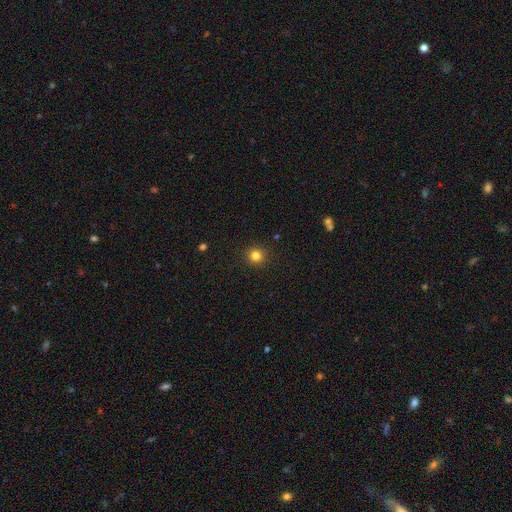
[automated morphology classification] A smooth galaxy with no disk features (82%) that is round (93%).

Vote fractions:
- Smooth or featured? smooth: 82% / star or artifact: 13% / featured or disk: 5%
- How rounded? round: 93% / in between: 6% / cigar-shaped: 1%
- Merging? none: 92% / minor disturbance: 5% / major disturbance: 2% / merger: 1%